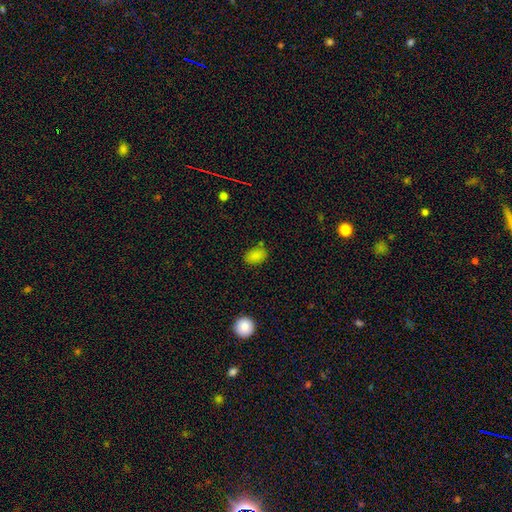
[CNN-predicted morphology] Smooth or featured? smooth (85%)
How rounded? in between (84%)
Merging? none (78%)